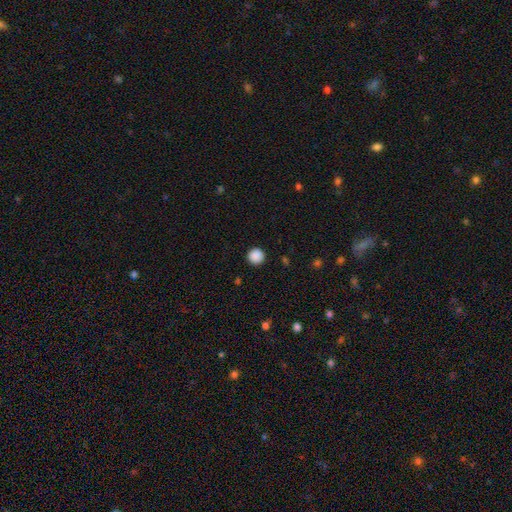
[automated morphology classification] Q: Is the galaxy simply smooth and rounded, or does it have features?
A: smooth — 88%.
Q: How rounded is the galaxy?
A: round — 96%.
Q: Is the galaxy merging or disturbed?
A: none — 92%.